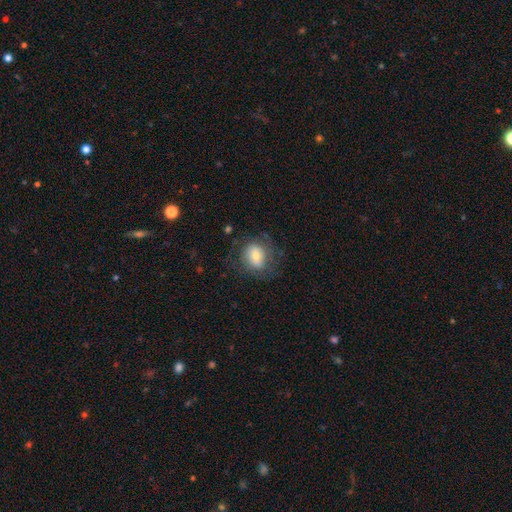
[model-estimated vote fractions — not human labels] Smooth or featured: smooth — 61% (featured or disk — 29%)
How rounded: round — 59% (in between — 40%)
Merging: none — 69% (minor disturbance — 18%)